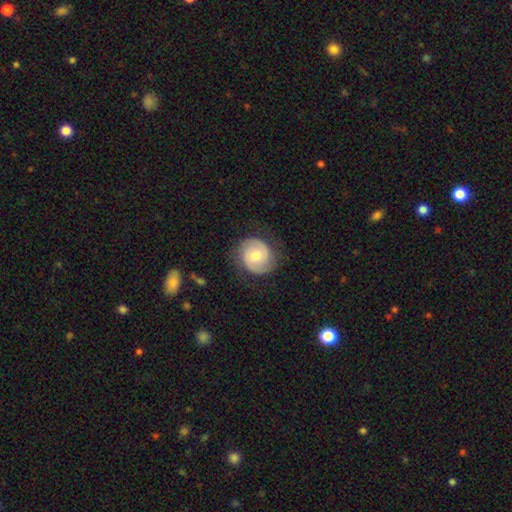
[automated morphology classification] Smooth or featured: featured or disk — 58% (smooth — 35%)
Edge-on disk: no — 98% (yes — 2%)
Bar: no — 52% (weak — 40%)
Spiral arms: yes — 87% (no — 13%)
Bulge size: moderate — 67% (small — 22%)
Merging: none — 77% (minor disturbance — 16%)